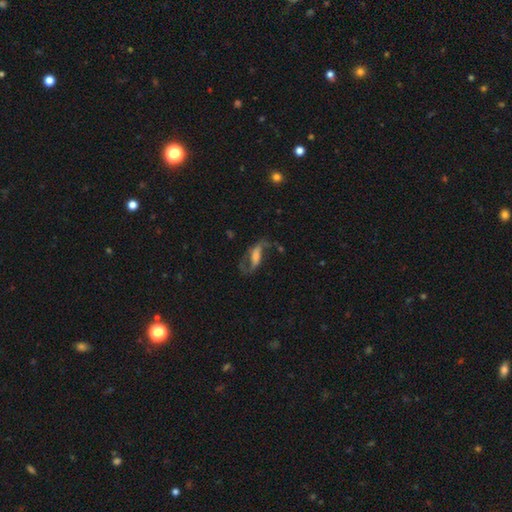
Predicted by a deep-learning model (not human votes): Morphology: type=featured or disk (77%); edge-on=no (91%); bar=strong (40%); spiral arms=yes (91%); winding=loose (66%); arm count=2 (88%); bulge=moderate (31%); merging=none (58%).